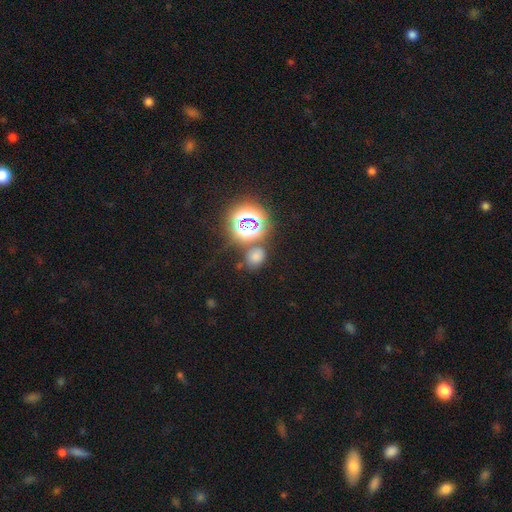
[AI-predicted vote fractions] The model was most divided on "how rounded": round: 52%, in between: 46%, cigar-shaped: 1%. More confident: merging — none (71%); smooth or featured — smooth (58%).